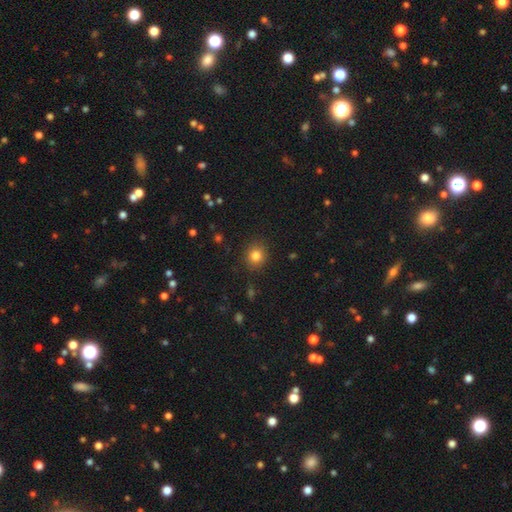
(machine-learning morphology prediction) The model was most divided on "how rounded": round: 84%, in between: 15%, cigar-shaped: 1%. More confident: merging — none (89%); smooth or featured — smooth (82%).